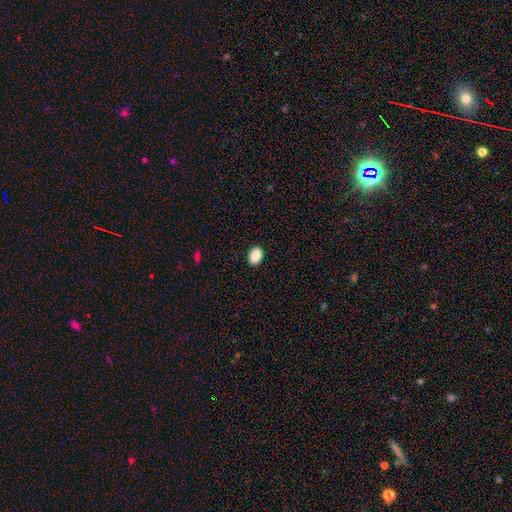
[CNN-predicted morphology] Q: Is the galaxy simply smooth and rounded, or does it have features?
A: smooth — 89%.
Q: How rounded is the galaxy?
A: in between — 79%.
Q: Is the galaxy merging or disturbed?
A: none — 91%.